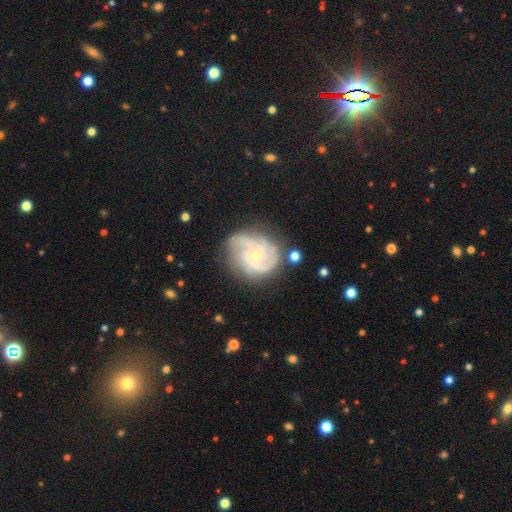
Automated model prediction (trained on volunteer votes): This is clearly a featured or disk galaxy (83%). It is clearly not viewed edge-on (98%). Bar: likely no (73%). Spiral arm pattern: clearly yes (94%). Spiral arm count: marginally 2 (33%). Spiral winding: possibly tight (52%). Central bulge: likely small (67%). Merging: likely none (65%).